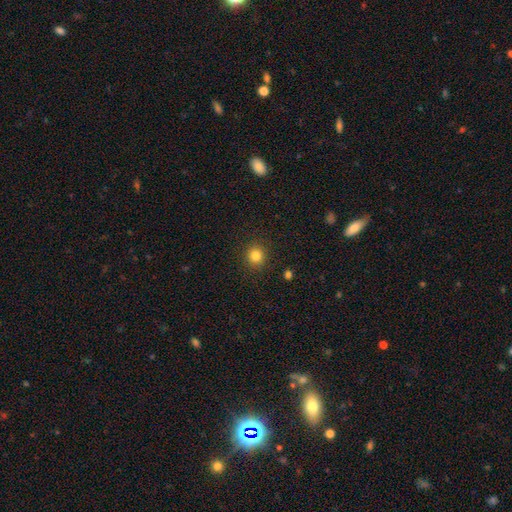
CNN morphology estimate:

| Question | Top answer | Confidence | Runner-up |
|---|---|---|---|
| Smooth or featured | smooth | 82% | star or artifact (12%) |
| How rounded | round | 89% | in between (10%) |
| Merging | none | 91% | minor disturbance (6%) |